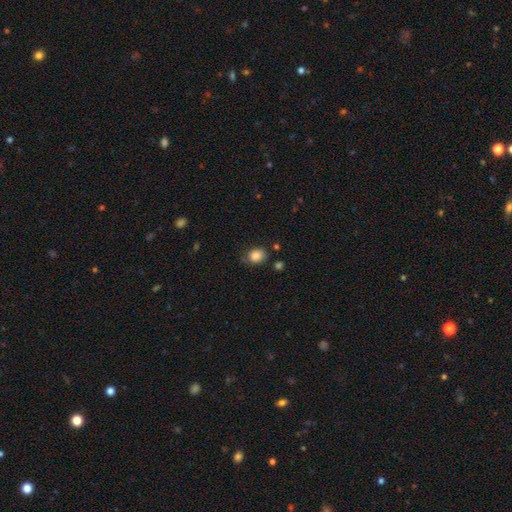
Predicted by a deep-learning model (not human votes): A smooth galaxy with no disk features (85%) that is round (52%). Merging: none (70%).